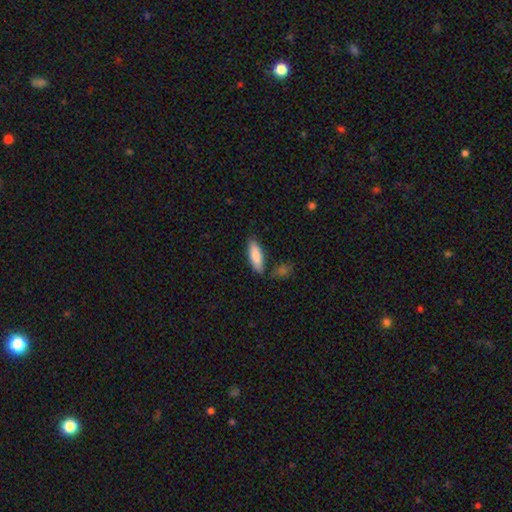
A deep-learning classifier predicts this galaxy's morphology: A smooth galaxy with no disk features (84%) that is in between round and cigar-shaped (58%). Merging: none (75%).